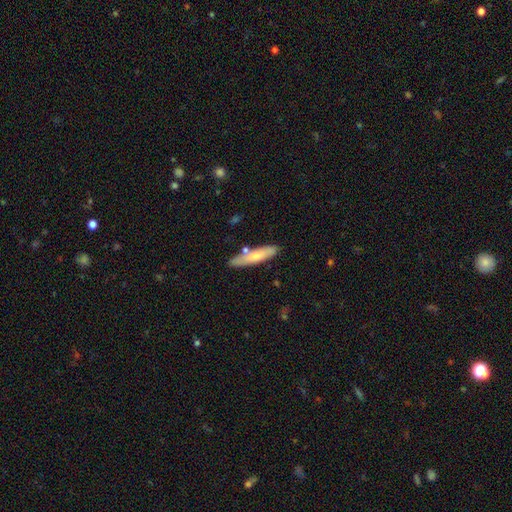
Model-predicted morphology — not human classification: Smooth or featured? Predicted: smooth (p=0.68). How rounded? Predicted: cigar-shaped (p=0.80). Merging? Predicted: none (p=0.77).